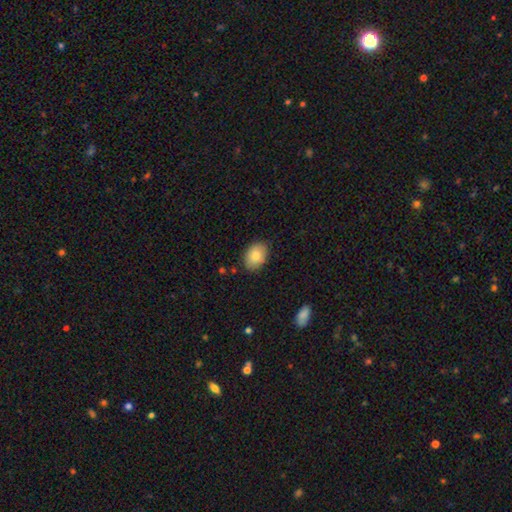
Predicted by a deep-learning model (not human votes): Smooth or featured? smooth (82%)
How rounded? in between (79%)
Merging? none (84%)